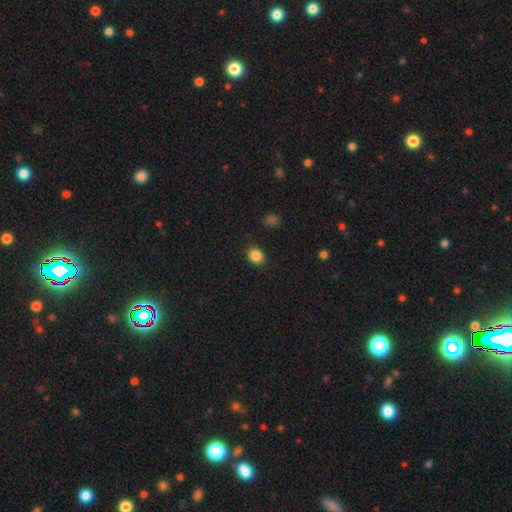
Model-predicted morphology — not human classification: smooth-or-featured: smooth: 86% | star or artifact: 10% | featured or disk: 4%
  how-rounded: in between: 54% | round: 45% | cigar-shaped: 1%
  merging: none: 86% | minor disturbance: 10% | major disturbance: 3% | merger: 1%